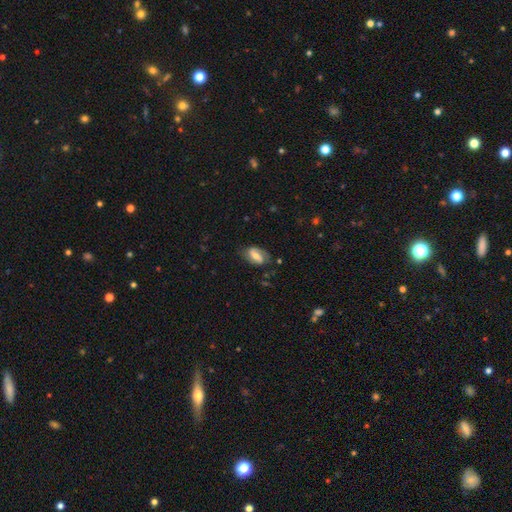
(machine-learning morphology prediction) Smooth or featured?
  - featured or disk: 62% *
  - smooth: 31%
  - star or artifact: 7%
Edge-on disk?
  - no: 94% *
  - yes: 6%
Bar?
  - strong: 48% *
  - weak: 36%
  - no: 16%
Spiral arms?
  - yes: 81% *
  - no: 19%
Bulge size?
  - moderate: 53% *
  - small: 34%
  - large: 7%
  - none: 4%
  - dominant: 1%
Merging?
  - none: 73% *
  - minor disturbance: 19%
  - major disturbance: 6%
  - merger: 2%